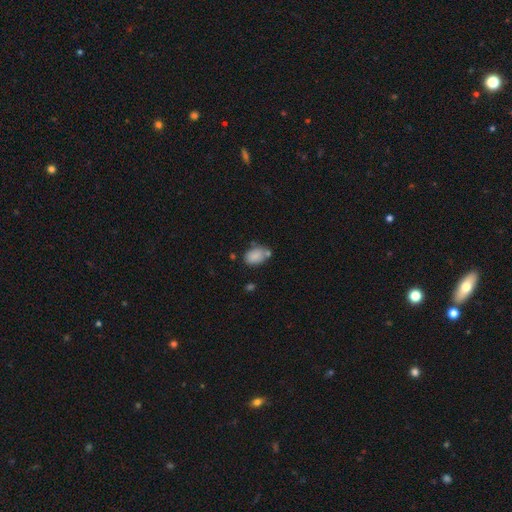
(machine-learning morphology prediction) A smooth galaxy with no disk features (84%) that is in between round and cigar-shaped (82%). Merging: none (57%).